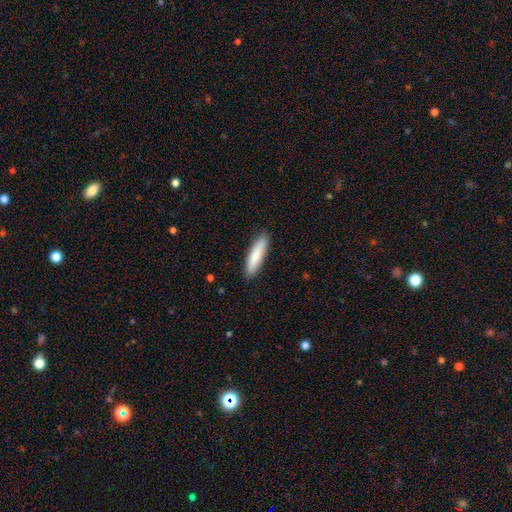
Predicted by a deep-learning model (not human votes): This appears to be a smooth galaxy with no disk features (84%) that is cigar-shaped (73%). Merging: none (88%).